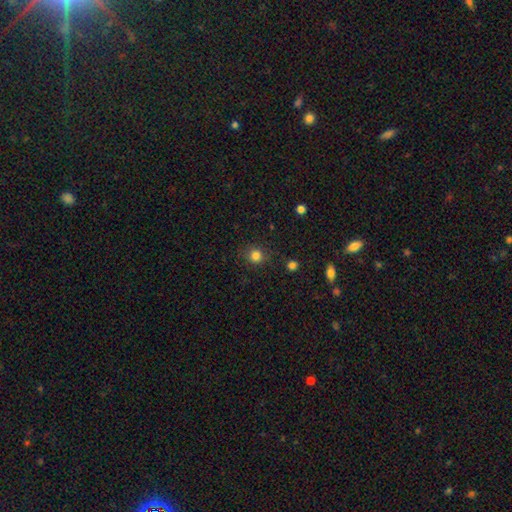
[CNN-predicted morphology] smooth-or-featured: smooth: 82% | star or artifact: 13% | featured or disk: 5%
  how-rounded: round: 89% | in between: 10% | cigar-shaped: 1%
  merging: none: 85% | minor disturbance: 10% | major disturbance: 3% | merger: 2%